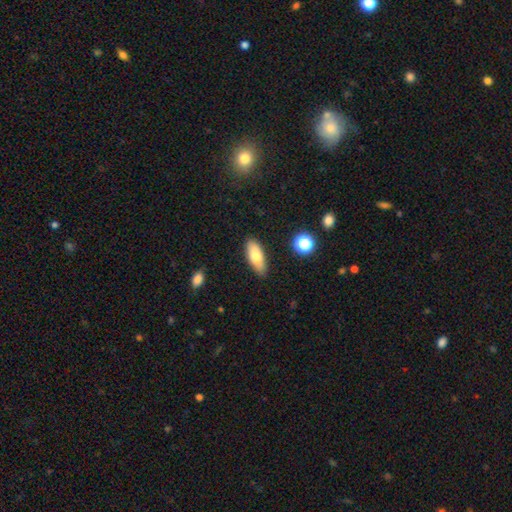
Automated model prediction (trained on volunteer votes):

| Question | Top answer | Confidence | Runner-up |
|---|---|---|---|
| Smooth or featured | smooth | 76% | featured or disk (17%) |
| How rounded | in between | 77% | cigar-shaped (21%) |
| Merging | none | 86% | minor disturbance (10%) |